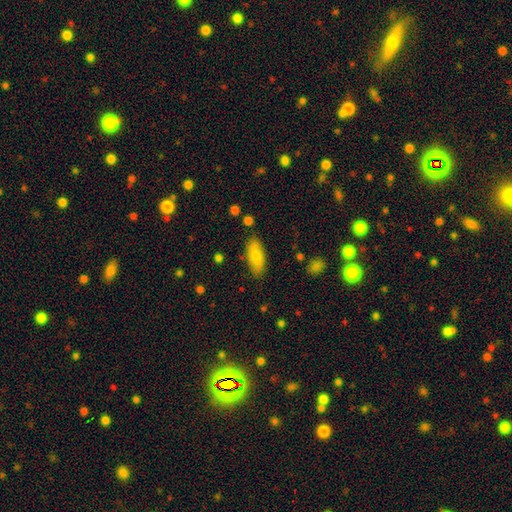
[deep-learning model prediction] Overall: smooth (78%). How rounded: in between (81%). Merging: none (83%).